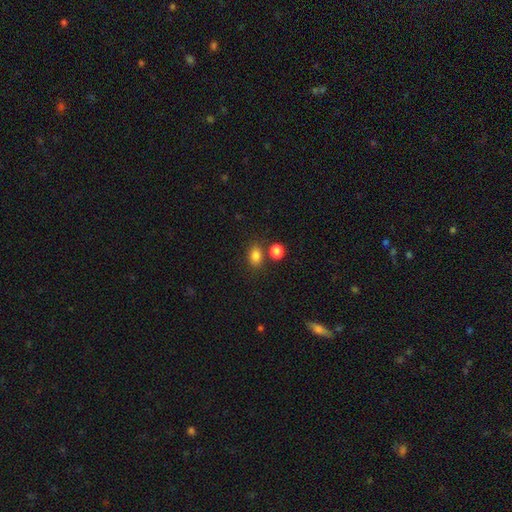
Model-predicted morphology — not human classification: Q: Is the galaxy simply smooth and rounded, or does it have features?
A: smooth — 83%.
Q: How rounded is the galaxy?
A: in between — 68%.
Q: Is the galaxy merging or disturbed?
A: none — 72%.